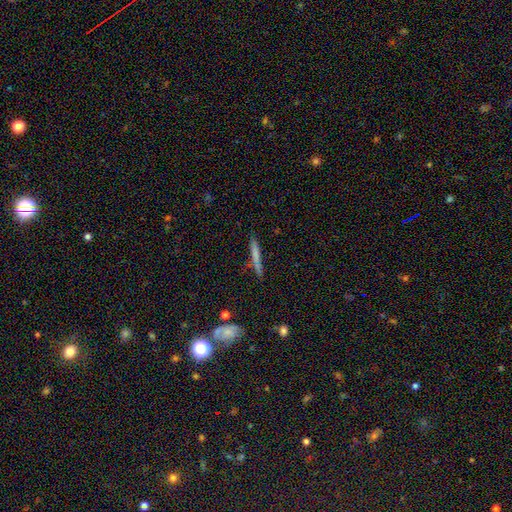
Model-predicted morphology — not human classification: A smooth galaxy with no disk features (65%) that is cigar-shaped (94%).

Vote fractions:
- Smooth or featured? smooth: 65% / featured or disk: 26% / star or artifact: 9%
- How rounded? cigar-shaped: 94% / in between: 5% / round: 2%
- Merging? none: 76% / minor disturbance: 15% / merger: 5% / major disturbance: 3%